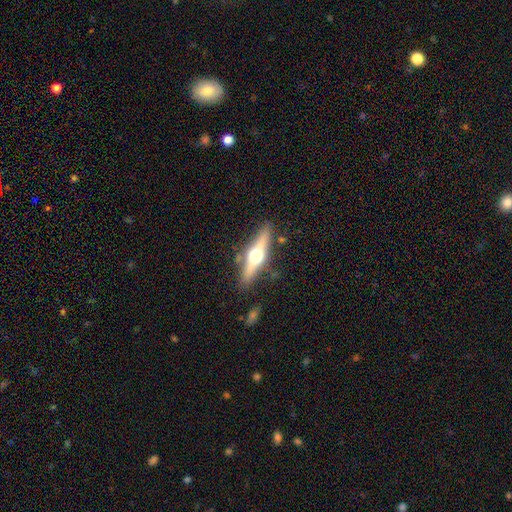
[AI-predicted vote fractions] A featured or disk galaxy (68%) viewed edge-on (96%) with a rounded central bulge (96%). Merging: none (84%).